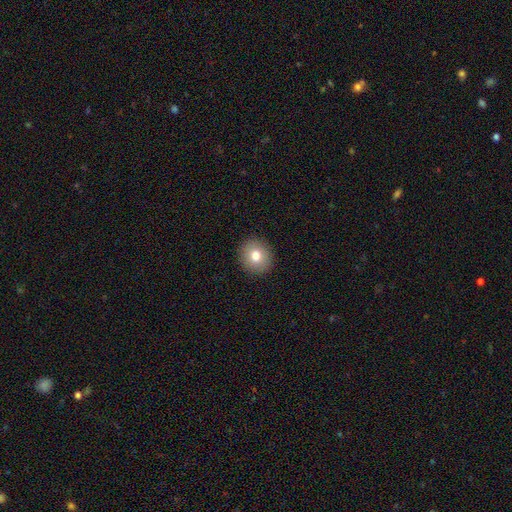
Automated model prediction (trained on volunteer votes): Smooth or featured: smooth — 78% (featured or disk — 12%)
How rounded: round — 82% (in between — 17%)
Merging: none — 92% (minor disturbance — 6%)